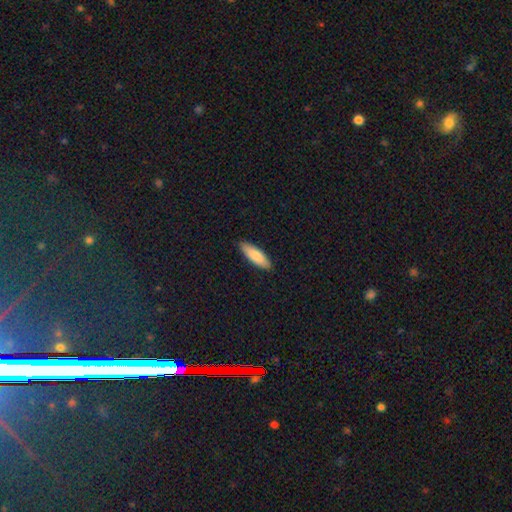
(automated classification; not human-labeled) smooth 84%, featured or disk 11%, star or artifact 5%. Down the decision tree: how rounded — in between (50%); merging — none (89%).